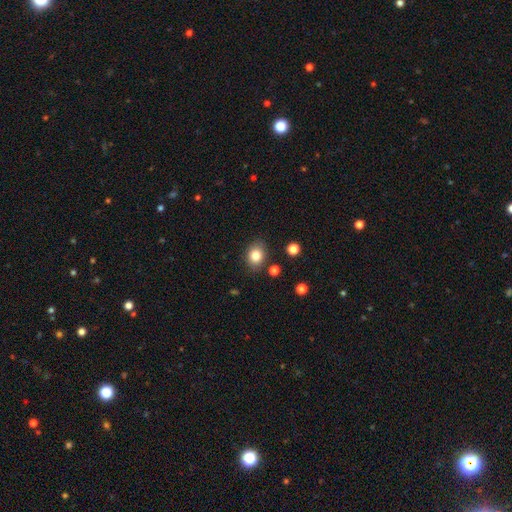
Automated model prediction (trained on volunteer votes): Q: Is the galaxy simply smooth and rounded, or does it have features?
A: smooth — 82%.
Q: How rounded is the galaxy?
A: round — 52%.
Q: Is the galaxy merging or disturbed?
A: none — 83%.